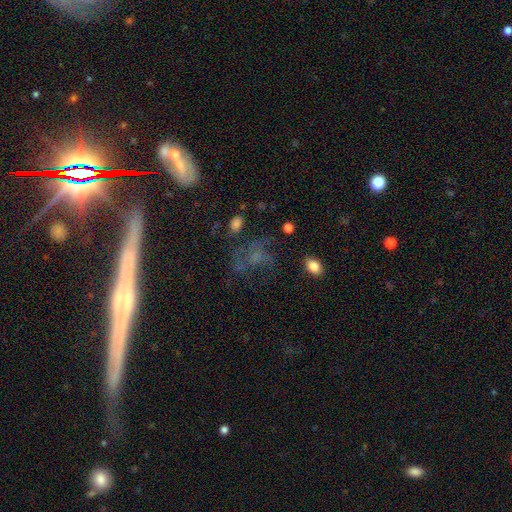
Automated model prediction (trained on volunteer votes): Smooth or featured? featured or disk (39%)
Merging? none (46%)